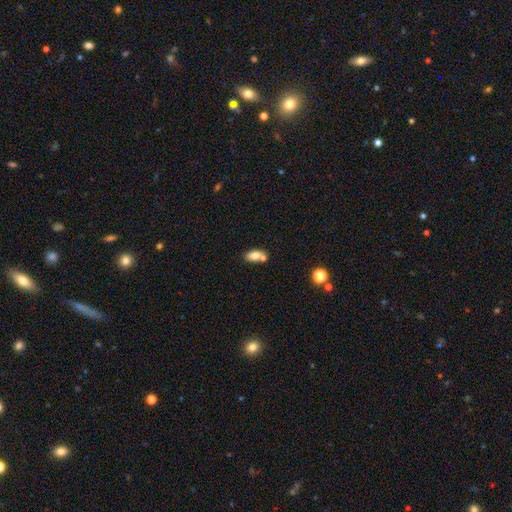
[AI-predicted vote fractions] A smooth galaxy with no disk features (77%) that is in between round and cigar-shaped (86%). Merging: none (45%).